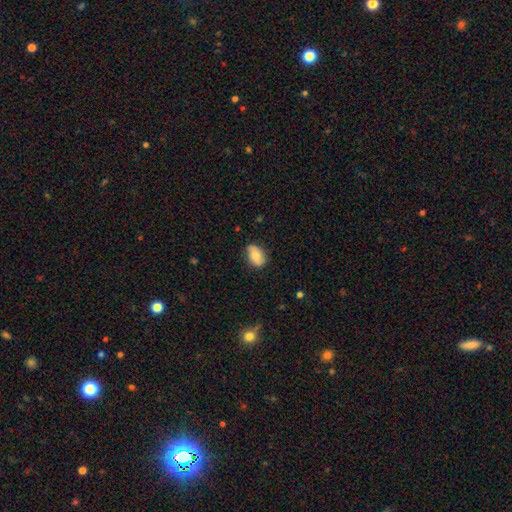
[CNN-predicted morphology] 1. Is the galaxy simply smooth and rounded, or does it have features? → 73% smooth, 20% featured or disk, 7% star or artifact.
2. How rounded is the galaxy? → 86% in between, 12% round, 2% cigar-shaped.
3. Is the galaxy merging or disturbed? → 77% none, 19% minor disturbance, 3% major disturbance, 1% merger.